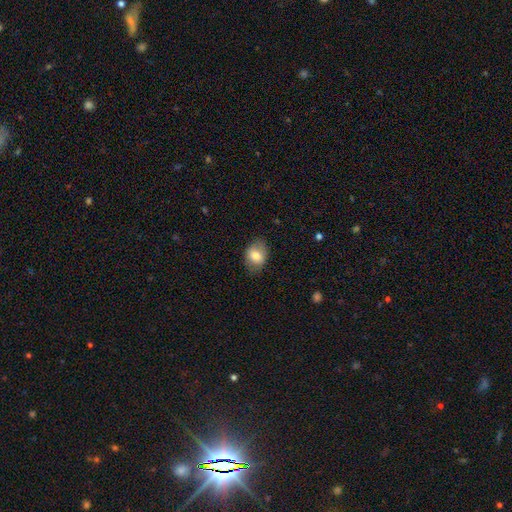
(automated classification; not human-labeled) Smooth or featured? Predicted: smooth (p=0.76). How rounded? Predicted: in between (p=0.66). Merging? Predicted: none (p=0.77).